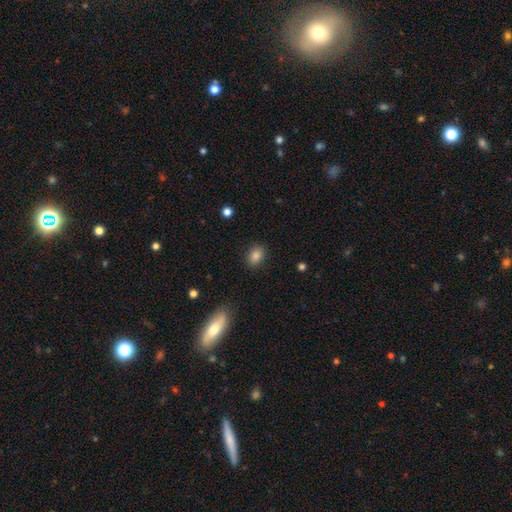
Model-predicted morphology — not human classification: type=smooth (85%); roundness=in between (64%); merging=none (87%).